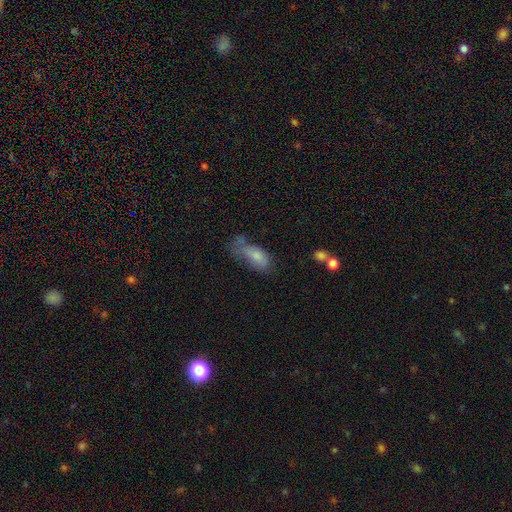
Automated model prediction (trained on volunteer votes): Q: Smooth or featured?
A: smooth (72%); runner-up: featured or disk (18%)
Q: How rounded?
A: in between (83%); runner-up: cigar-shaped (14%)
Q: Merging?
A: minor disturbance (31%); runner-up: none (29%)